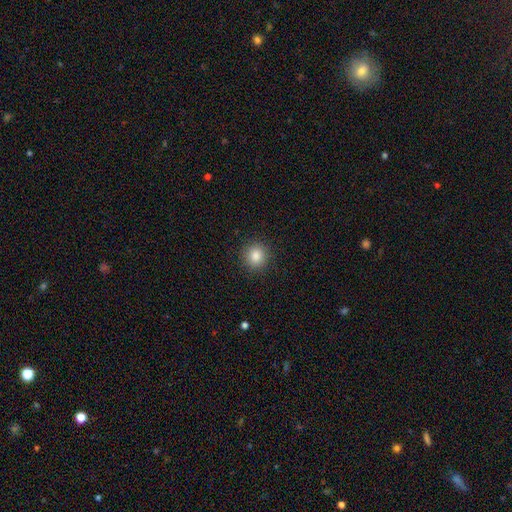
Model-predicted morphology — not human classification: Smooth or featured? Predicted: smooth (p=0.84). How rounded? Predicted: round (p=0.91). Merging? Predicted: none (p=0.91).